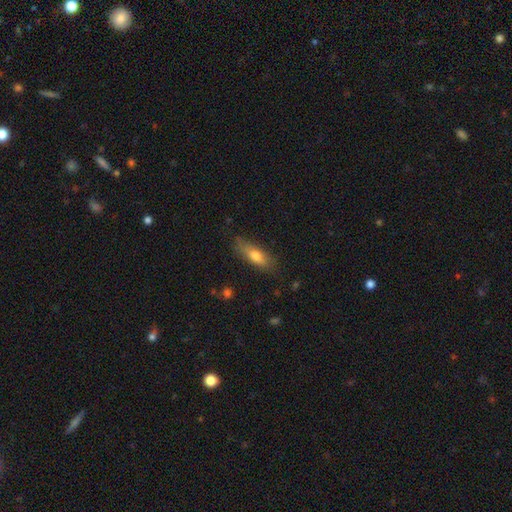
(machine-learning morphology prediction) Smooth or featured? smooth (69%)
How rounded? in between (60%)
Merging? none (73%)